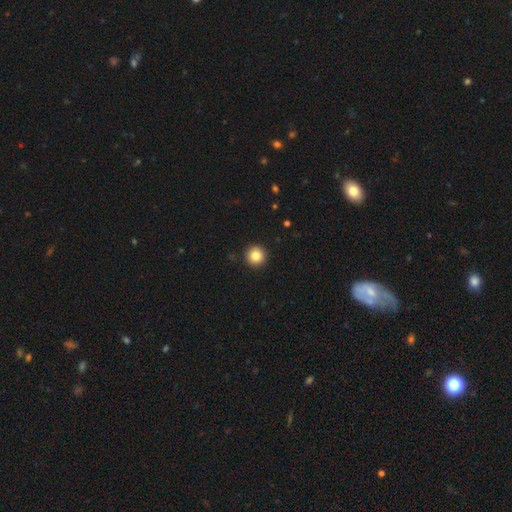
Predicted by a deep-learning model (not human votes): This appears to be a smooth galaxy with no disk features (84%) that is round (96%). Merging: none (93%).